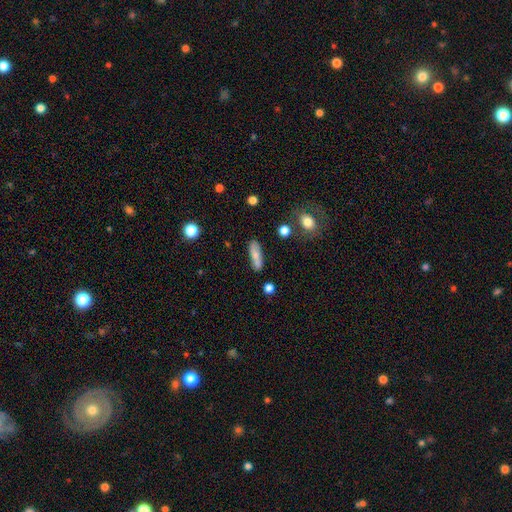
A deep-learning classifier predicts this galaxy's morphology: The model was most divided on "how rounded": cigar-shaped: 52%, in between: 45%, round: 3%. More confident: smooth or featured — smooth (72%); merging — none (65%).